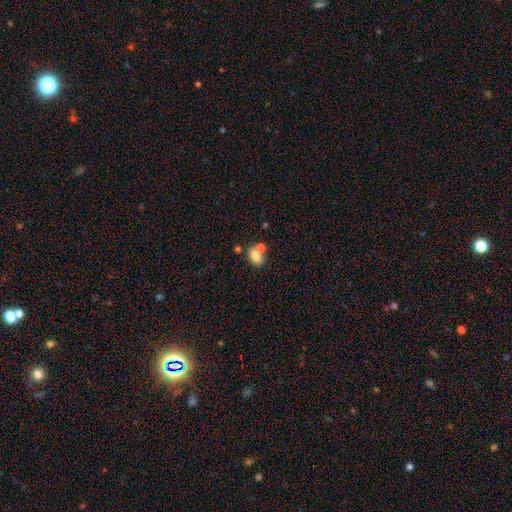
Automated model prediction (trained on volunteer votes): Morphology: type=smooth (79%); roundness=in between (81%); merging=none (45%).